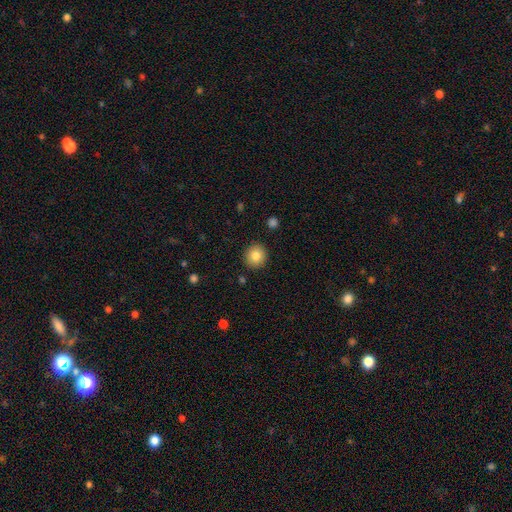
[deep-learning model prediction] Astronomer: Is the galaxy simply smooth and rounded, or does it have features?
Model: smooth — 83%.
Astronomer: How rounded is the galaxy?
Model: round — 91%.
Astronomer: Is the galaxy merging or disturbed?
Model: none — 91%.